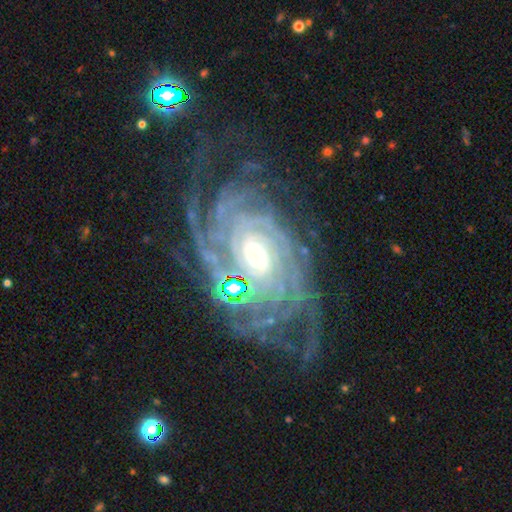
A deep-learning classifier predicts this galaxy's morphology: Smooth or featured? featured or disk (90%)
Edge-on disk? no (96%)
Bar? no (57%)
Spiral arms? yes (98%)
Spiral winding? tight (75%)
Spiral arm count? more than 4 (28%)
Bulge size? moderate (52%)
Merging? none (65%)